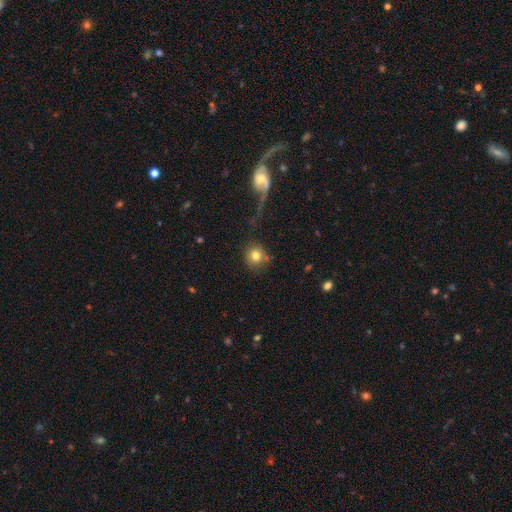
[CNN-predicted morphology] smooth 77%, featured or disk 13%, star or artifact 10%. Down the decision tree: how rounded — round (87%); merging — none (66%).